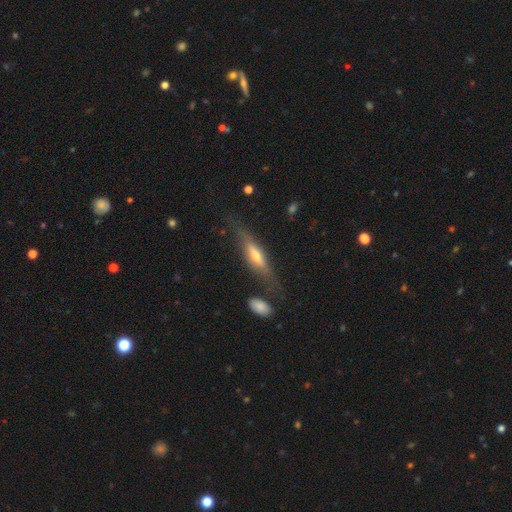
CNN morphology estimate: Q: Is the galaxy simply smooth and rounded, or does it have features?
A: featured or disk — 61%.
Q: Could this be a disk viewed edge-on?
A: yes — 88%.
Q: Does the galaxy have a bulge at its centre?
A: rounded — 80%.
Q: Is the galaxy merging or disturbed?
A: none — 72%.